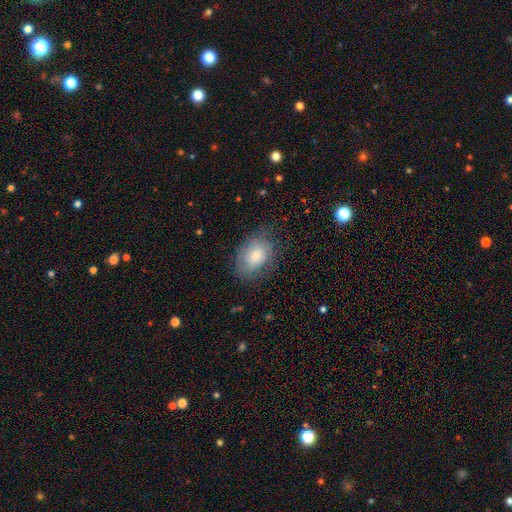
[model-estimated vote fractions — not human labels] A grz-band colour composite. It shows a smooth galaxy with no disk features (72%) that is in between round and cigar-shaped (77%). Merging: none (70%).